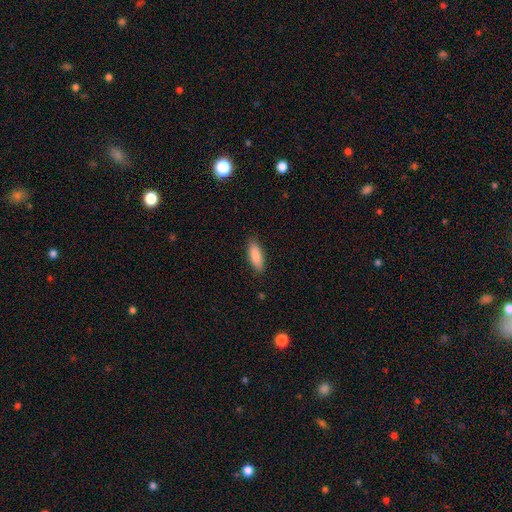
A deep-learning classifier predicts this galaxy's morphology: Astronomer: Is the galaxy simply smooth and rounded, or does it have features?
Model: smooth — 88%.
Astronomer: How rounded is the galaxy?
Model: in between — 66%.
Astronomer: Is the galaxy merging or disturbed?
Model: none — 86%.